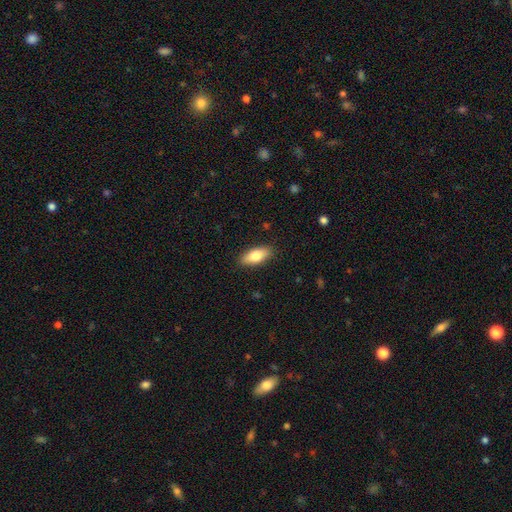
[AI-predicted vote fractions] smooth 79%, featured or disk 15%, star or artifact 6%. Down the decision tree: how rounded — in between (83%); merging — none (88%).